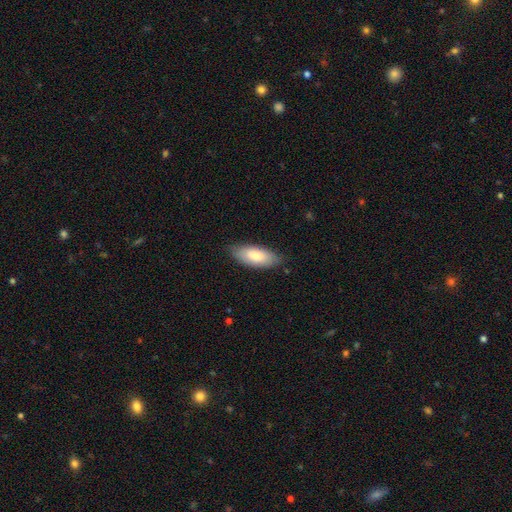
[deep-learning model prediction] The model was most divided on "smooth or featured": smooth: 79%, featured or disk: 16%, star or artifact: 5%. More confident: how rounded — in between (84%); merging — none (80%).